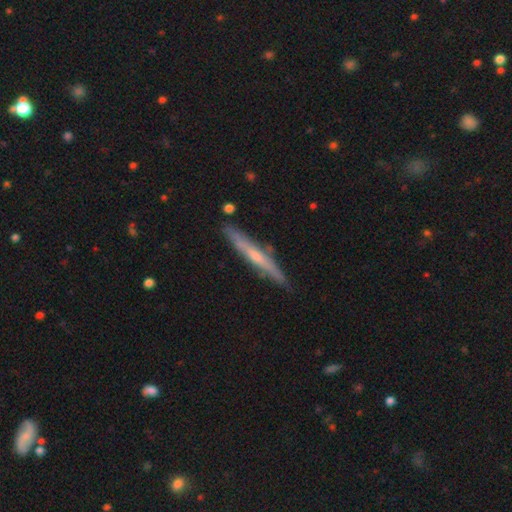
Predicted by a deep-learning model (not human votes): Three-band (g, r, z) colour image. It shows a featured or disk galaxy (63%) viewed edge-on (95%) with a rounded central bulge (57%). Merging: none (86%).